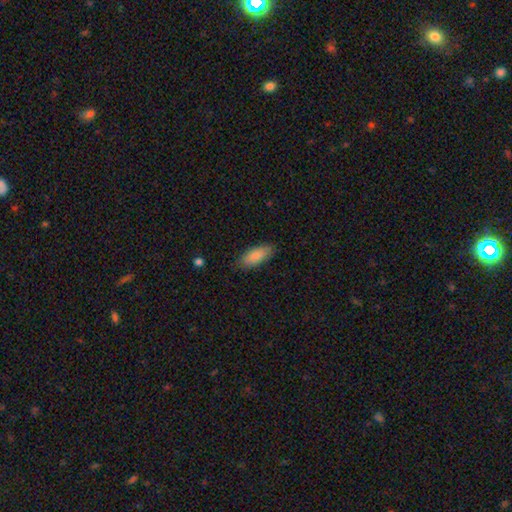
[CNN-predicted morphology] smooth_or_featured: smooth (p=0.85) [alt: featured or disk p=0.09]
how_rounded: in between (p=0.82) [alt: cigar-shaped p=0.16]
merging: none (p=0.83) [alt: minor disturbance p=0.13]